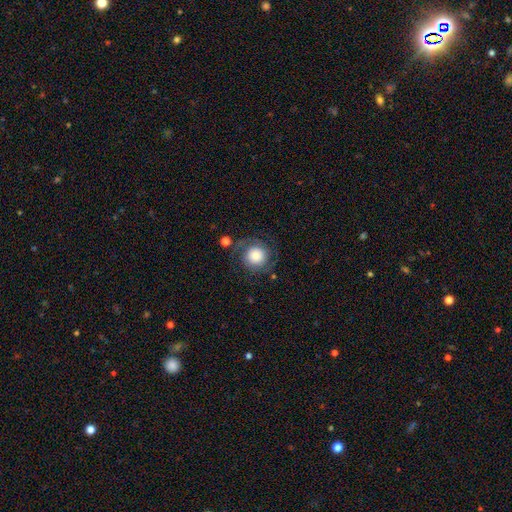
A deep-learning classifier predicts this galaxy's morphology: This appears to be a smooth galaxy with no disk features (62%) that is round (92%). Merging: none (71%).